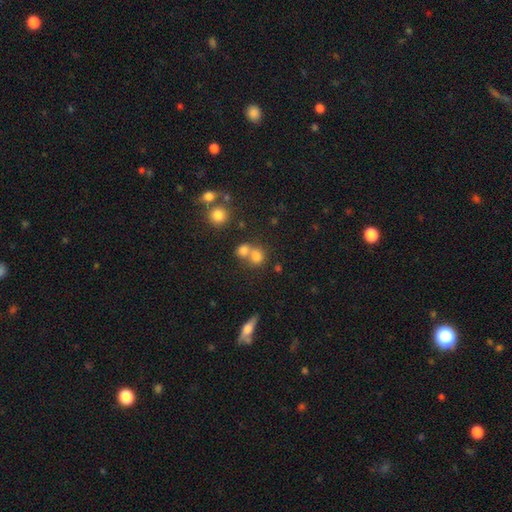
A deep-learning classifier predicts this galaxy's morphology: smooth-or-featured: smooth: 74% | star or artifact: 14% | featured or disk: 12%
  how-rounded: round: 67% | in between: 31% | cigar-shaped: 1%
  merging: merger: 53% | none: 35% | minor disturbance: 7% | major disturbance: 4%